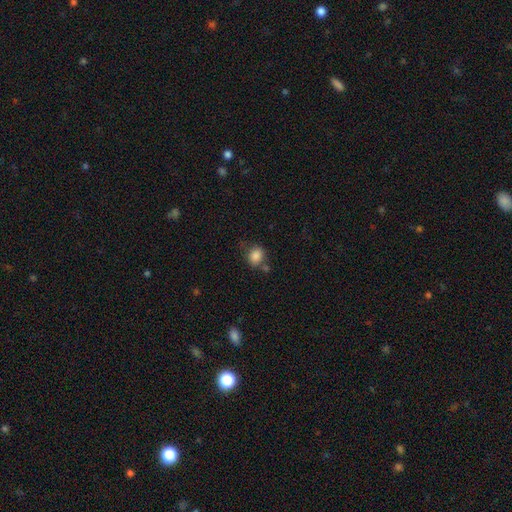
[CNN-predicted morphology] Q: Smooth or featured?
A: smooth (84%); runner-up: star or artifact (10%)
Q: How rounded?
A: round (59%); runner-up: in between (40%)
Q: Merging?
A: none (62%); runner-up: minor disturbance (19%)